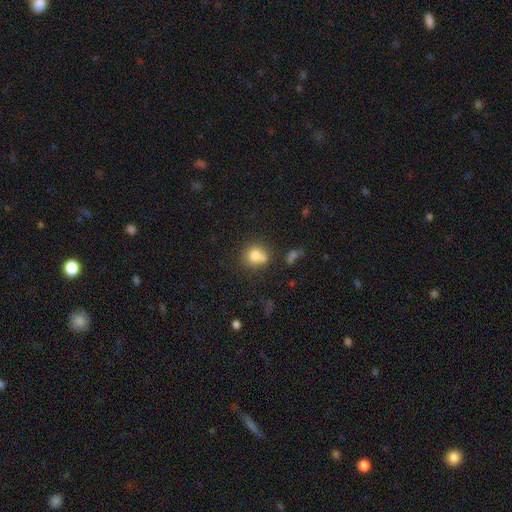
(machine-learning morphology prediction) smooth_or_featured: smooth (p=0.75) [alt: featured or disk p=0.13]
how_rounded: round (p=0.79) [alt: in between p=0.20]
merging: none (p=0.51) [alt: merger p=0.30]